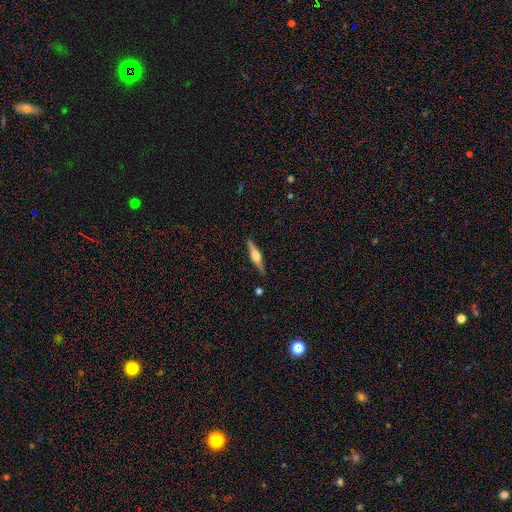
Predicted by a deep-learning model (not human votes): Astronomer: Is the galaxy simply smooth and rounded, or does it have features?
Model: featured or disk — 69%.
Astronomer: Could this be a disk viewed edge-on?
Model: yes — 97%.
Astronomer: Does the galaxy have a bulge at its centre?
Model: rounded — 88%.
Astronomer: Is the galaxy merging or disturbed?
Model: none — 87%.